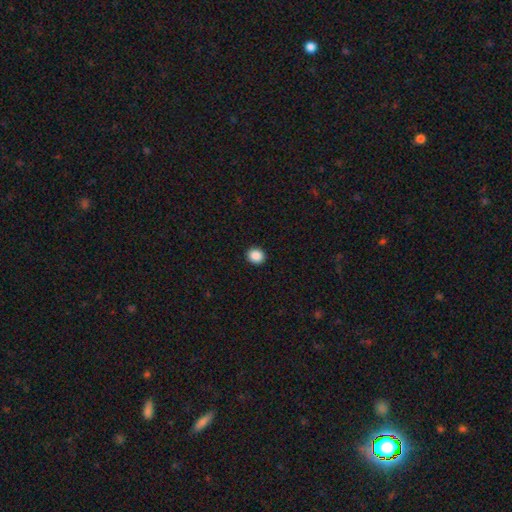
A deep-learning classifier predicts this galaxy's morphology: smooth 88%, star or artifact 9%, featured or disk 3%. Down the decision tree: how rounded — round (82%); merging — none (93%).